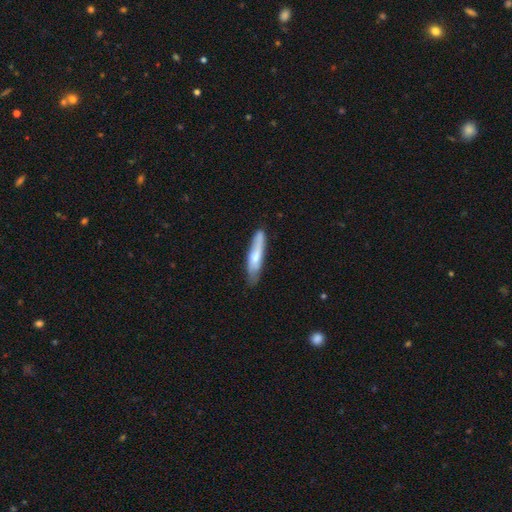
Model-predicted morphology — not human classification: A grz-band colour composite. It shows a smooth galaxy with no disk features (61%) that is cigar-shaped (82%). Merging: none (72%).